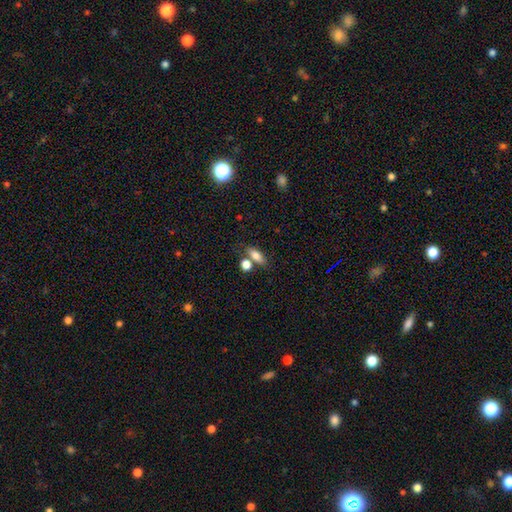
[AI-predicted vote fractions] smooth-or-featured: smooth: 79% | featured or disk: 12% | star or artifact: 9%
  how-rounded: in between: 73% | cigar-shaped: 17% | round: 10%
  merging: none: 58% | merger: 24% | minor disturbance: 13% | major disturbance: 5%